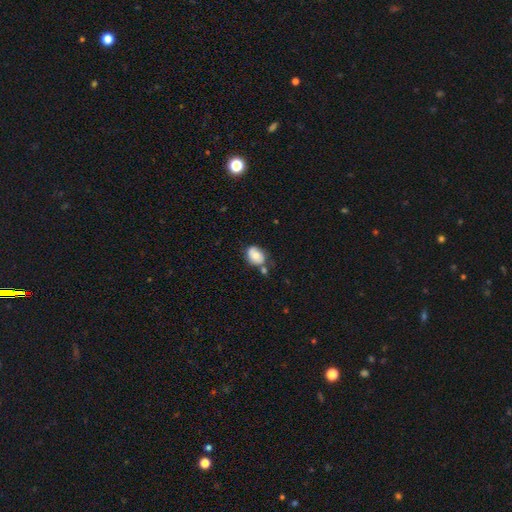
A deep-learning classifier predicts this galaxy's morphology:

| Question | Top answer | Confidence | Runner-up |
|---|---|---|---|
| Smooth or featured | smooth | 67% | featured or disk (24%) |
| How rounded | in between | 68% | round (31%) |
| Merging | none | 54% | minor disturbance (24%) |